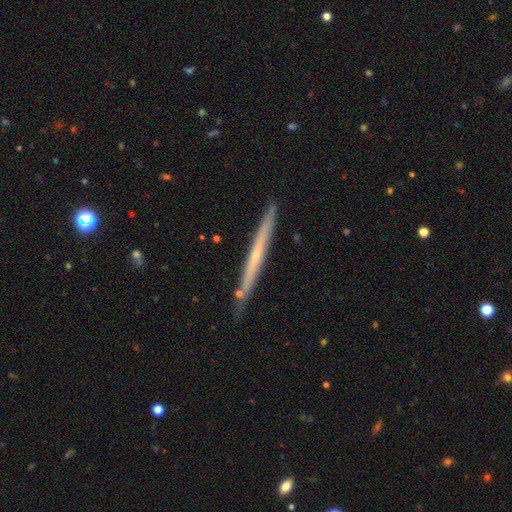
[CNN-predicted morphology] Smooth or featured? featured or disk (63%)
Edge-on disk? yes (96%)
Edge-on bulge? none (66%)
Merging? none (84%)